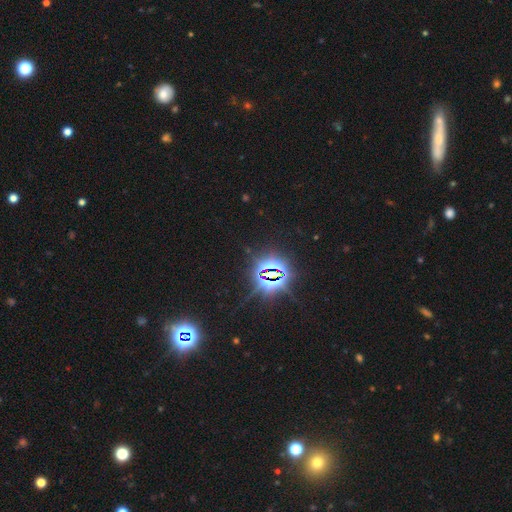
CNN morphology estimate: smooth-or-featured: star or artifact: 84% | smooth: 10% | featured or disk: 6%